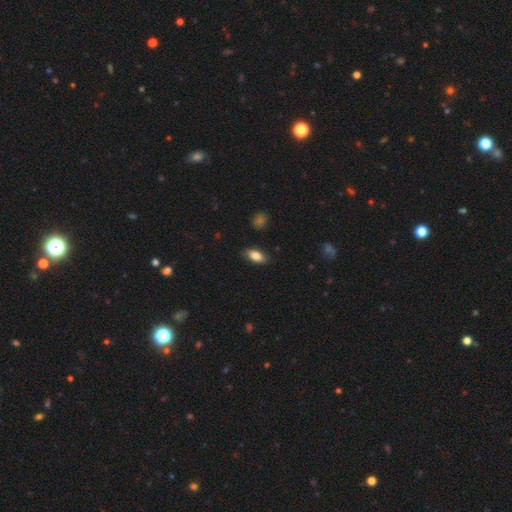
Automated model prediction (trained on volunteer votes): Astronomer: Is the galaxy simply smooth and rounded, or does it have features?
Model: smooth — 84%.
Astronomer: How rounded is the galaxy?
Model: in between — 89%.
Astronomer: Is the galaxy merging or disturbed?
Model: none — 83%.